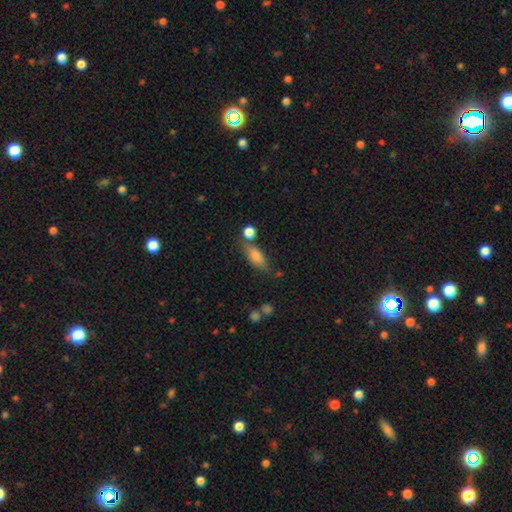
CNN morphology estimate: Smooth or featured: smooth — 72% (featured or disk — 18%)
How rounded: in between — 67% (cigar-shaped — 28%)
Merging: none — 65% (minor disturbance — 17%)